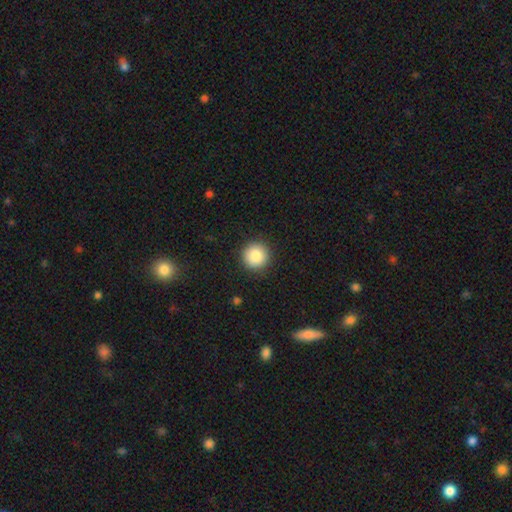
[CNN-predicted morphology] A smooth galaxy with no disk features (85%) that is round (95%).

Vote fractions:
- Smooth or featured? smooth: 85% / star or artifact: 9% / featured or disk: 6%
- How rounded? round: 95% / in between: 4% / cigar-shaped: 1%
- Merging? none: 92% / minor disturbance: 6% / major disturbance: 2% / merger: 1%